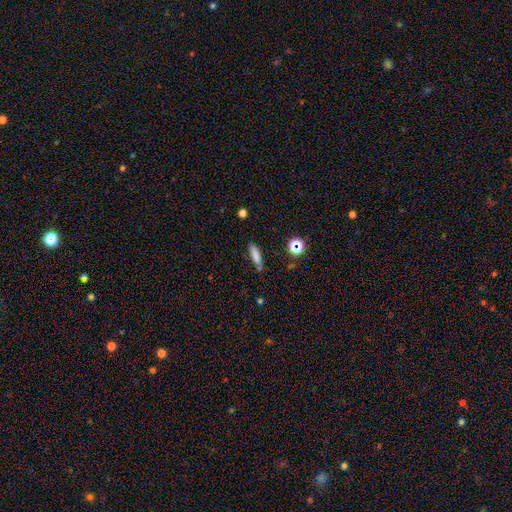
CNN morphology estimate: A smooth galaxy with no disk features (77%) that is cigar-shaped (72%). Merging: none (74%).